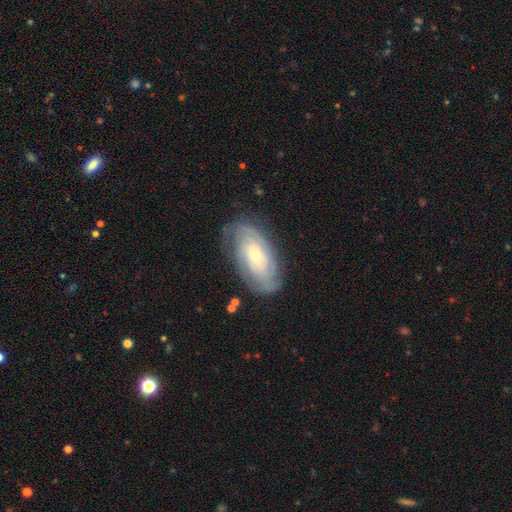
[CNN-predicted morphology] This appears to be a featured or disk galaxy (72%) with no bar (75%), tight (71%) spiral arms (88%) and a small central bulge (72%). Merging: none (75%).